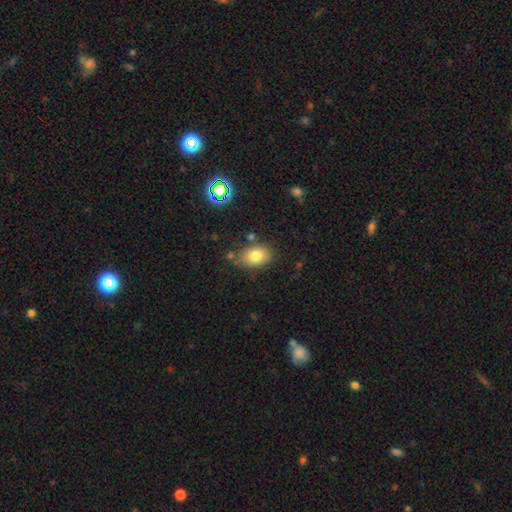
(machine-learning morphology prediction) Smooth or featured? smooth (79%)
How rounded? in between (81%)
Merging? none (76%)